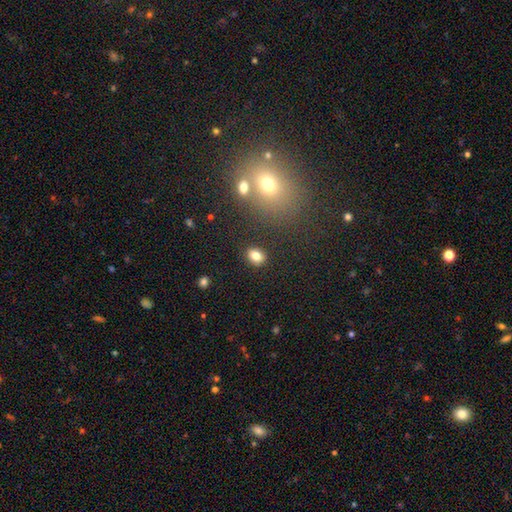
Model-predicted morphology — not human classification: The model was most divided on "how rounded": in between: 63%, round: 36%, cigar-shaped: 1%. More confident: merging — none (86%); smooth or featured — smooth (82%).